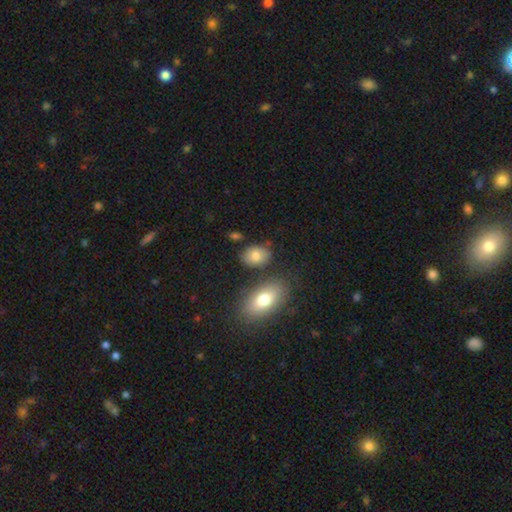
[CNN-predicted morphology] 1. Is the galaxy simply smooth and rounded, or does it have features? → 79% smooth, 12% featured or disk, 9% star or artifact.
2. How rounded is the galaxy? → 74% in between, 24% round, 2% cigar-shaped.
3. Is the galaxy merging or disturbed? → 74% none, 15% minor disturbance, 7% merger, 4% major disturbance.